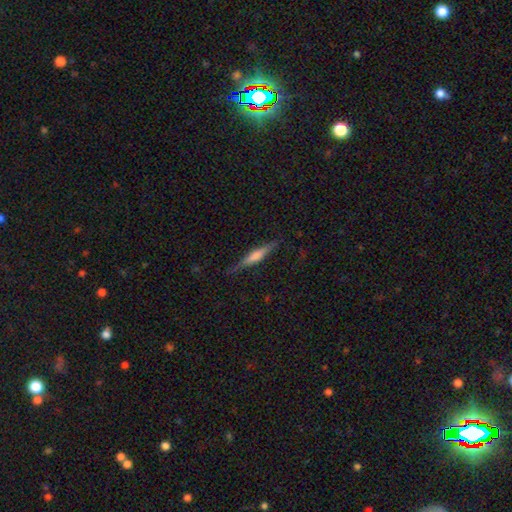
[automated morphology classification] Q: Smooth or featured?
A: featured or disk (60%); runner-up: smooth (34%)
Q: Edge-on disk?
A: yes (97%); runner-up: no (3%)
Q: Edge-on bulge?
A: rounded (59%); runner-up: boxy (25%)
Q: Merging?
A: none (84%); runner-up: minor disturbance (12%)